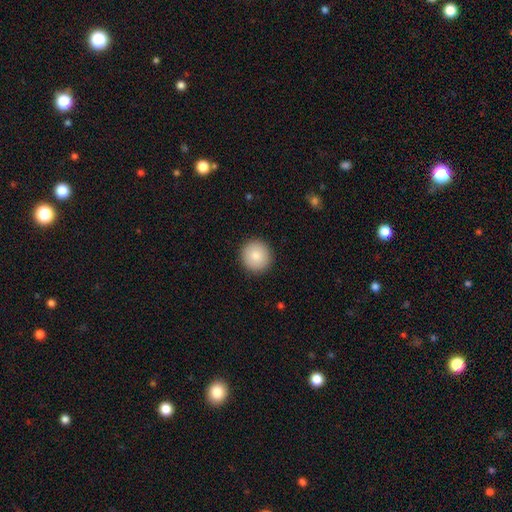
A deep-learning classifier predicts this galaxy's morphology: Q: Smooth or featured?
A: smooth (84%); runner-up: featured or disk (8%)
Q: How rounded?
A: round (94%); runner-up: in between (5%)
Q: Merging?
A: none (92%); runner-up: minor disturbance (5%)